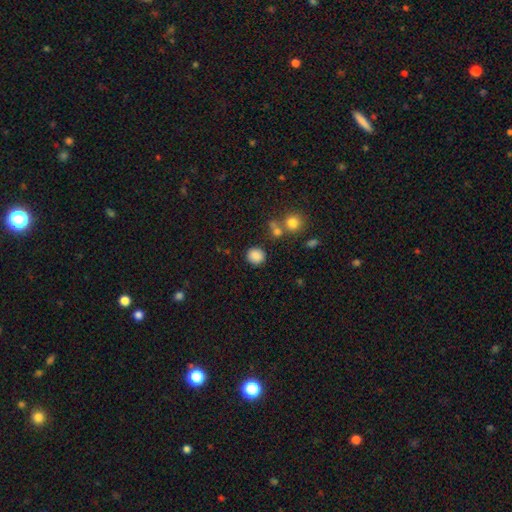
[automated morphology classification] A smooth galaxy with no disk features (86%) that is round (84%).

Vote fractions:
- Smooth or featured? smooth: 86% / star or artifact: 10% / featured or disk: 4%
- How rounded? round: 84% / in between: 15% / cigar-shaped: 1%
- Merging? none: 83% / minor disturbance: 9% / merger: 5% / major disturbance: 3%